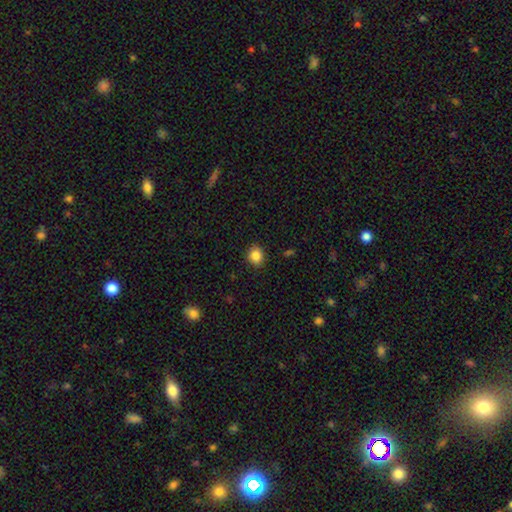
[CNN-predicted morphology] Smooth or featured?
  - smooth: 85% *
  - star or artifact: 10%
  - featured or disk: 5%
How rounded?
  - round: 70% *
  - in between: 30%
  - cigar-shaped: 1%
Merging?
  - none: 88% *
  - minor disturbance: 9%
  - major disturbance: 2%
  - merger: 1%